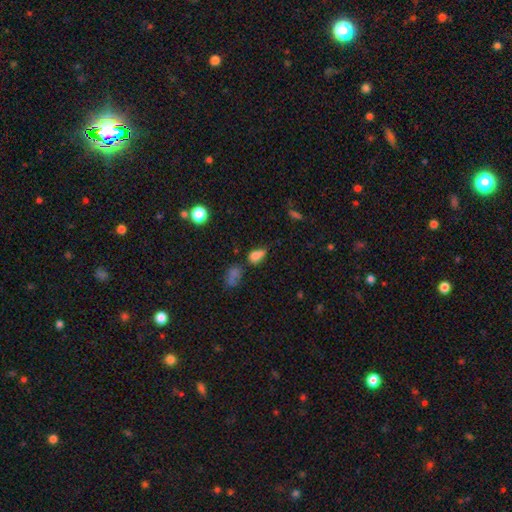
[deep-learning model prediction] Smooth or featured? smooth (73%)
How rounded? in between (77%)
Merging? none (41%)